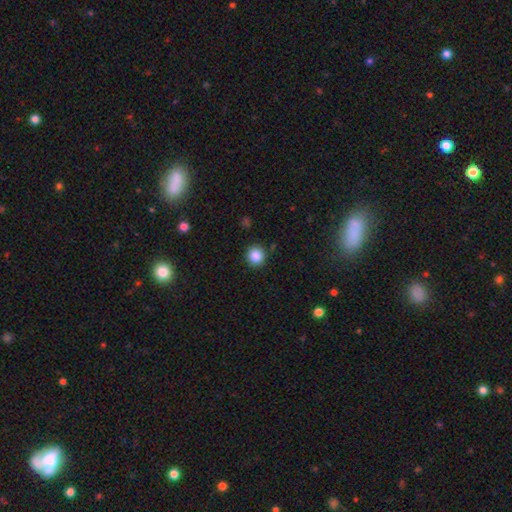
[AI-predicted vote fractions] Smooth or featured? Predicted: smooth (p=0.87). How rounded? Predicted: round (p=0.93). Merging? Predicted: none (p=0.90).